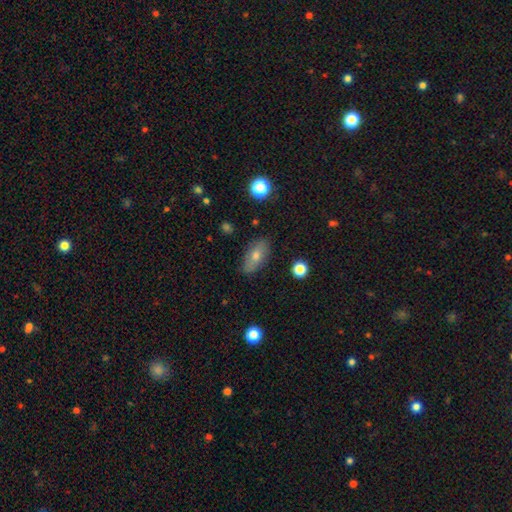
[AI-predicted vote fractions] Q: Smooth or featured?
A: smooth (65%); runner-up: featured or disk (26%)
Q: How rounded?
A: in between (83%); runner-up: cigar-shaped (11%)
Q: Merging?
A: none (82%); runner-up: minor disturbance (13%)